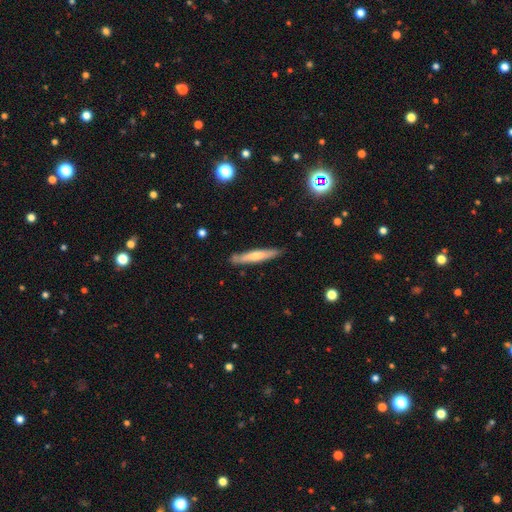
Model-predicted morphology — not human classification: Overall: smooth (60%; featured or disk 34%). How rounded: cigar-shaped (92%). Merging: none (83%).